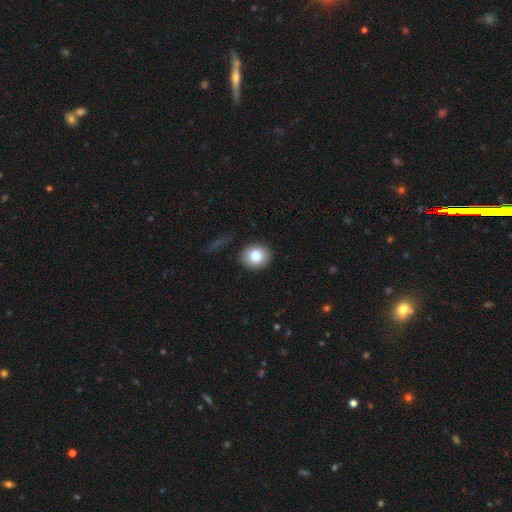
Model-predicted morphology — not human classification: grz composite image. It shows a smooth galaxy with no disk features (82%) that is round (77%). Merging: none (88%).